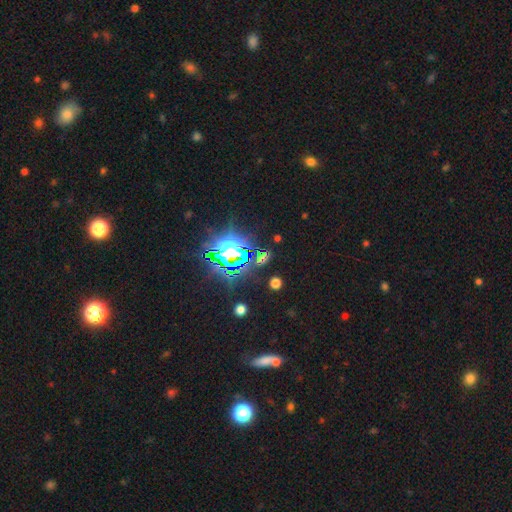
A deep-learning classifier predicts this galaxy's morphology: A star or artifact, not a galaxy (80%).